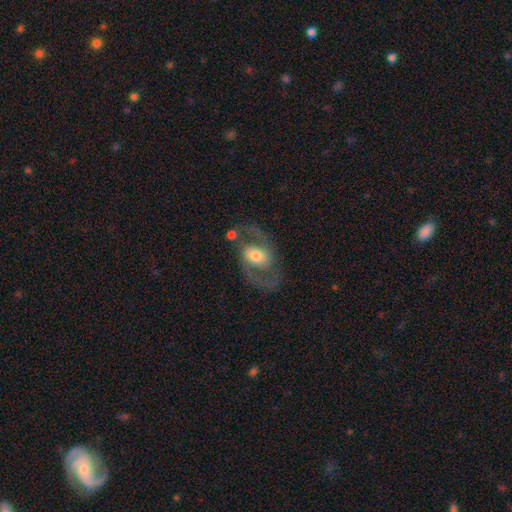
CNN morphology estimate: Smooth or featured: featured or disk — 82% (smooth — 12%)
Edge-on disk: no — 96% (yes — 4%)
Bar: no — 47% (weak — 38%)
Spiral arms: yes — 90% (no — 10%)
Spiral winding: medium — 57% (loose — 28%)
Spiral arm count: 2 — 92% (can't tell — 3%)
Bulge size: moderate — 62% (large — 18%)
Merging: none — 72% (minor disturbance — 14%)